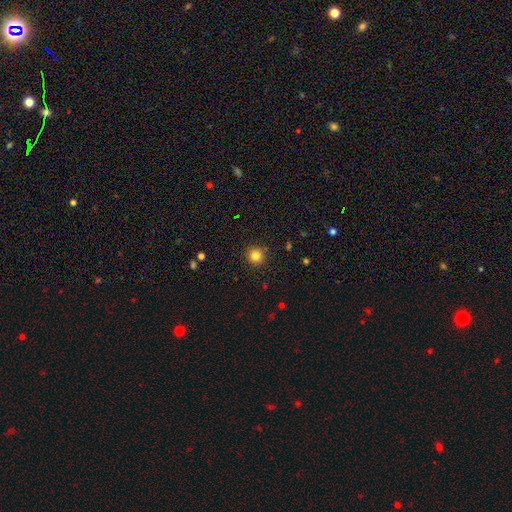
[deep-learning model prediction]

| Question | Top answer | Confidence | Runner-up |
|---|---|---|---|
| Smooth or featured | smooth | 83% | star or artifact (12%) |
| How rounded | round | 95% | in between (4%) |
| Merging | none | 90% | minor disturbance (6%) |